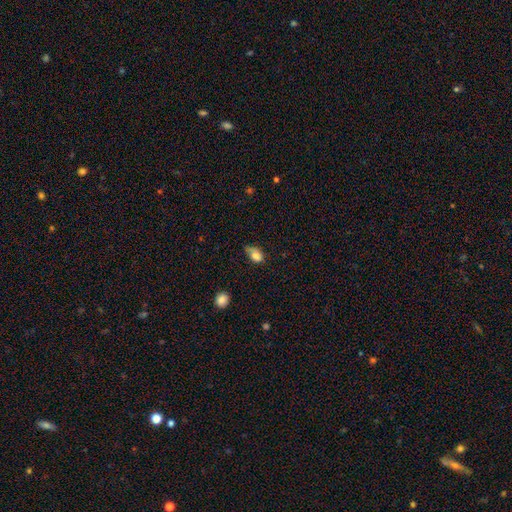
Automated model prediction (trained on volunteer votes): A smooth galaxy with no disk features (79%) that is in between round and cigar-shaped (80%). Merging: minor disturbance (43%).